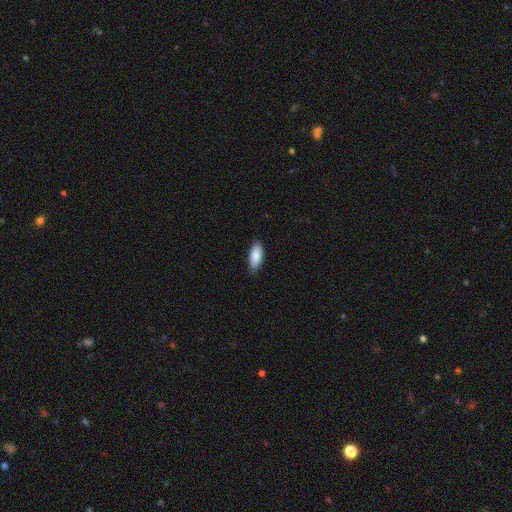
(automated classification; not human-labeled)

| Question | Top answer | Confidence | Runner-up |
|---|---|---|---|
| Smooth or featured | smooth | 88% | featured or disk (7%) |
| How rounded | in between | 83% | cigar-shaped (15%) |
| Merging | none | 82% | minor disturbance (15%) |